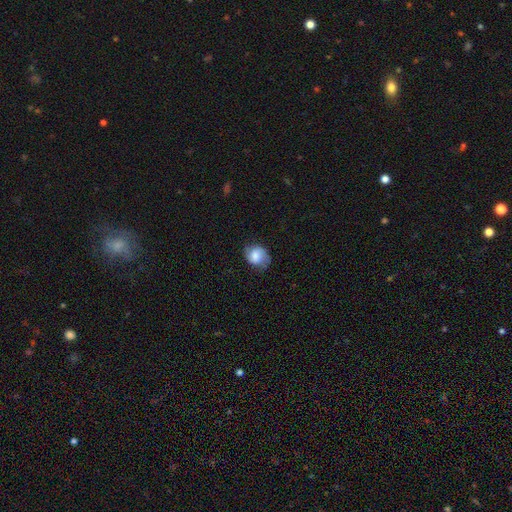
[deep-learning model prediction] The model was most divided on "how rounded": round: 53%, in between: 46%, cigar-shaped: 1%. More confident: merging — none (62%); smooth or featured — smooth (62%).